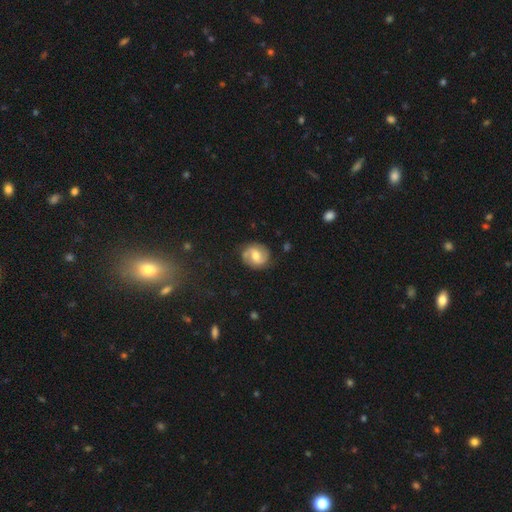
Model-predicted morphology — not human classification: This appears to be a featured or disk galaxy (63%) with a weak bar (49%), 2 (86%) medium (47%) spiral arms (90%) and a moderate central bulge (65%). Merging: none (79%).